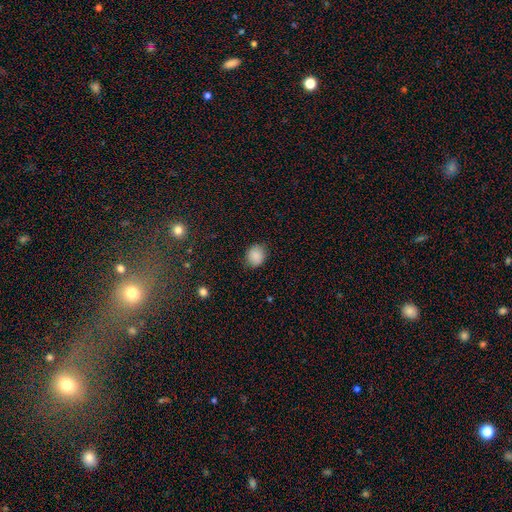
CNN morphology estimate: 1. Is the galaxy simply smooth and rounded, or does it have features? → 87% smooth, 9% star or artifact, 4% featured or disk.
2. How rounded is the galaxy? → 68% round, 31% in between, 1% cigar-shaped.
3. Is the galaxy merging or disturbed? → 85% none, 11% minor disturbance, 3% major disturbance, 1% merger.